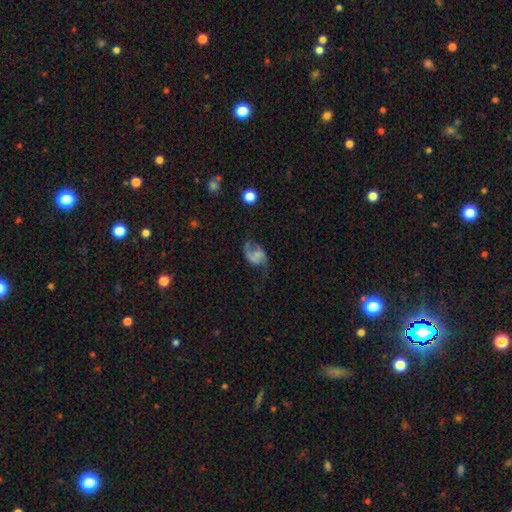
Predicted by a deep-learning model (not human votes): featured or disk 61%, smooth 29%, star or artifact 10%. Down the decision tree: edge-on disk — no (98%); bar — no (56%); spiral arms — yes (83%); bulge size — none (56%); merging — none (43%).